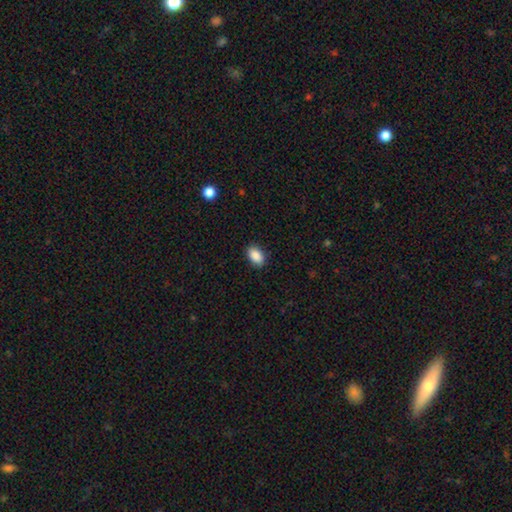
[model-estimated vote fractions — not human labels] A smooth galaxy with no disk features (89%) that is in between round and cigar-shaped (89%). Merging: none (89%).